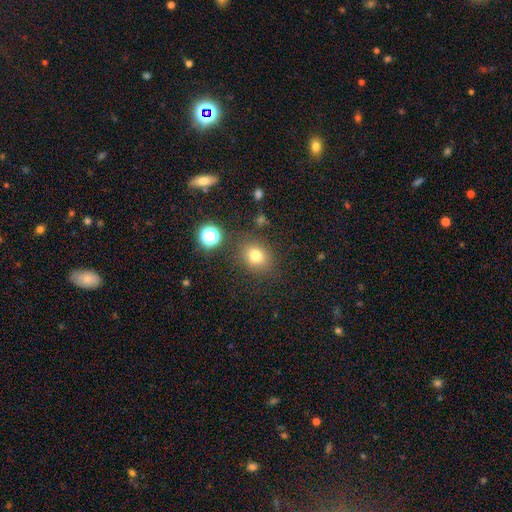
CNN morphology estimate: smooth 75%, star or artifact 16%, featured or disk 8%. Down the decision tree: how rounded — round (63%); merging — none (81%).